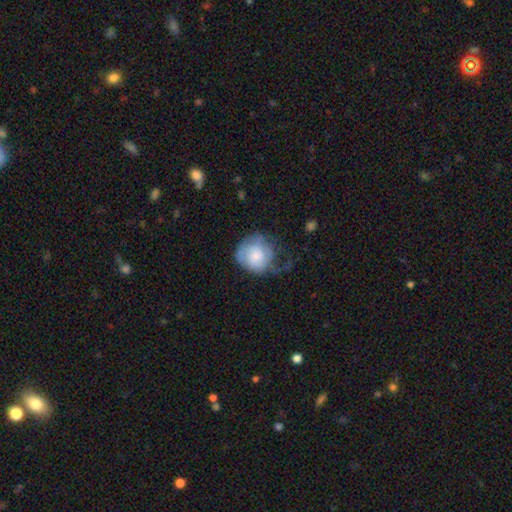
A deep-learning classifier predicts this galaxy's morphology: The model was most divided on "merging": major disturbance: 36%, minor disturbance: 32%, none: 31%, merger: 2%. More confident: how rounded — round (82%); smooth or featured — smooth (65%).